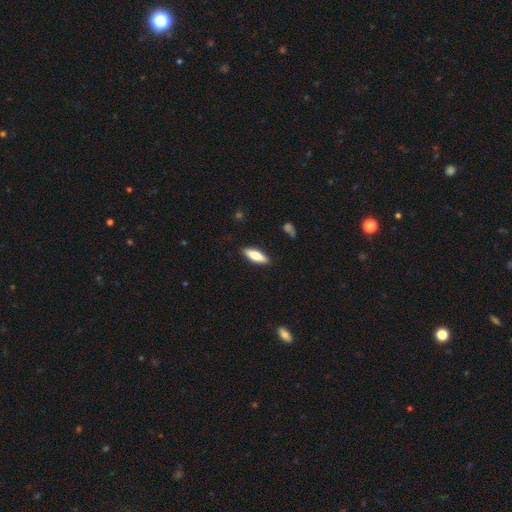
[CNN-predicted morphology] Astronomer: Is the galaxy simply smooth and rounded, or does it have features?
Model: smooth — 70%.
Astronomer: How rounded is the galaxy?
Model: in between — 54% (runner-up: cigar-shaped, 44%).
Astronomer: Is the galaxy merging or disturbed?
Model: none — 88%.